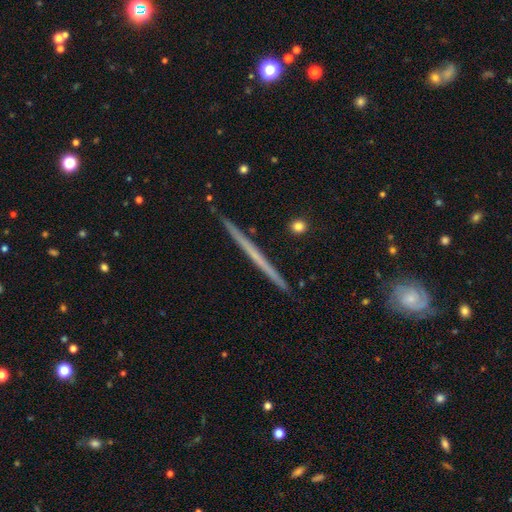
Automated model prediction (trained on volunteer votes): smooth_or_featured: featured or disk (p=0.62) [alt: smooth p=0.32]
disk_edge_on: yes (p=0.98) [alt: no p=0.02]
edge_on_bulge: none (p=0.91) [alt: rounded p=0.07]
merging: none (p=0.92) [alt: minor disturbance p=0.06]